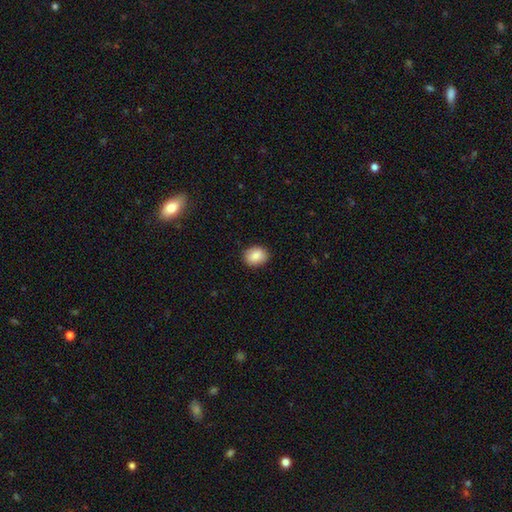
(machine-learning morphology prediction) This is clearly a smooth galaxy (88%). How rounded: possibly in between (51%). Merging: clearly none (89%).